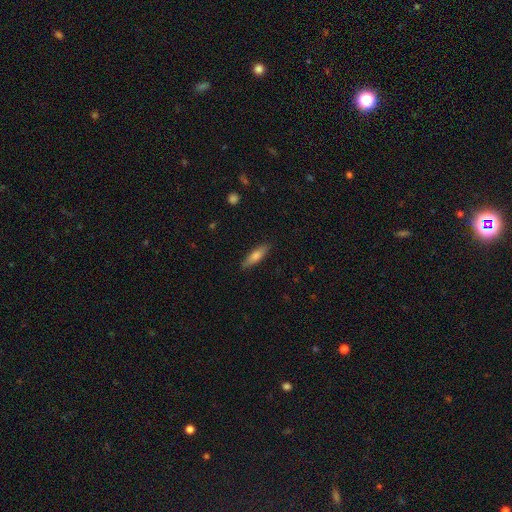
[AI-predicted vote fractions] This is likely a smooth galaxy (69%). How rounded: likely cigar-shaped (67%). Merging: clearly none (87%).